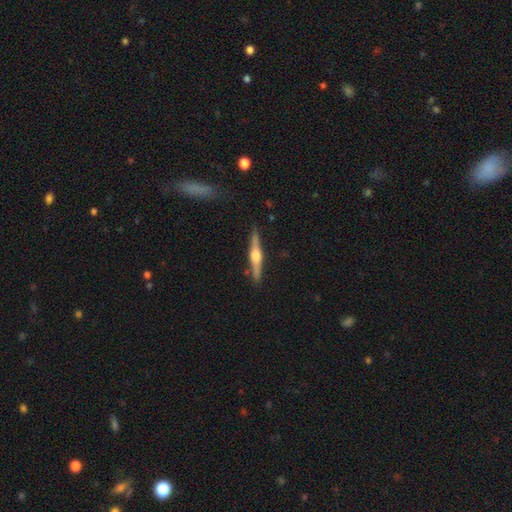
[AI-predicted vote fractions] Q: Smooth or featured?
A: featured or disk (73%); runner-up: smooth (22%)
Q: Edge-on disk?
A: yes (98%); runner-up: no (2%)
Q: Edge-on bulge?
A: rounded (90%); runner-up: boxy (7%)
Q: Merging?
A: none (89%); runner-up: minor disturbance (8%)